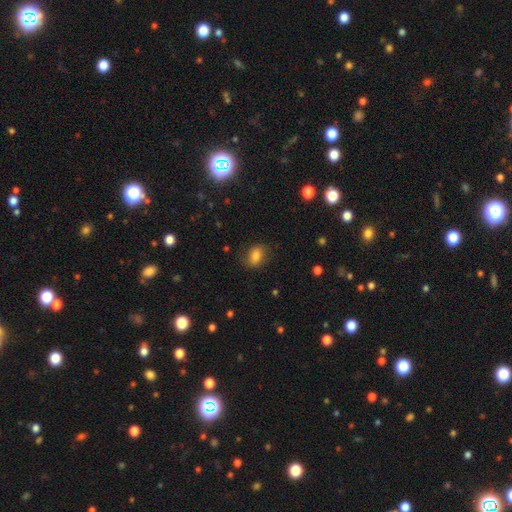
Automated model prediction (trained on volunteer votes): This is clearly a smooth galaxy (81%). How rounded: likely in between (73%). Merging: likely none (78%).